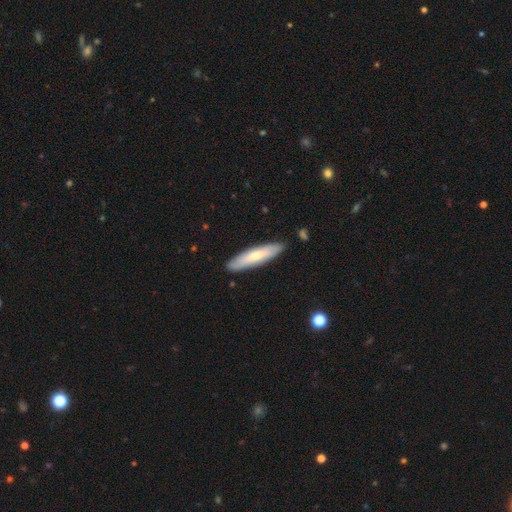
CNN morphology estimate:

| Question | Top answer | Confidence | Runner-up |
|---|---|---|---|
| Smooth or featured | smooth | 63% | featured or disk (32%) |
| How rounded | cigar-shaped | 77% | in between (22%) |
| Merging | none | 87% | minor disturbance (9%) |